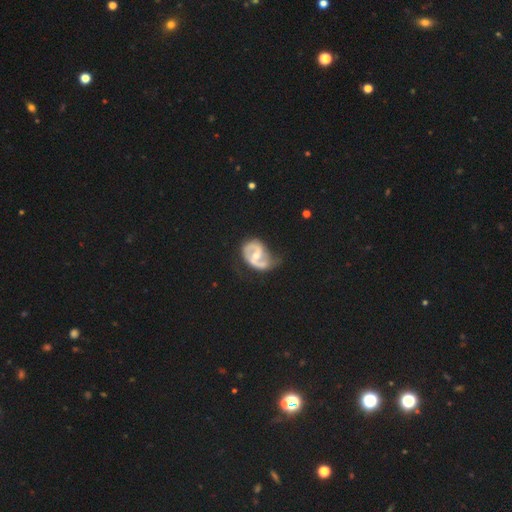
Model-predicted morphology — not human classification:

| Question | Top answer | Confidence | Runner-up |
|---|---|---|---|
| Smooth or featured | featured or disk | 82% | smooth (13%) |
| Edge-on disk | no | 98% | yes (2%) |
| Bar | weak | 43% | no (34%) |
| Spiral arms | yes | 90% | no (10%) |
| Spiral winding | medium | 47% | loose (29%) |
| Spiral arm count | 2 | 75% | 1 (16%) |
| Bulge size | moderate | 59% | small (36%) |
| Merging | none | 41% | minor disturbance (33%) |